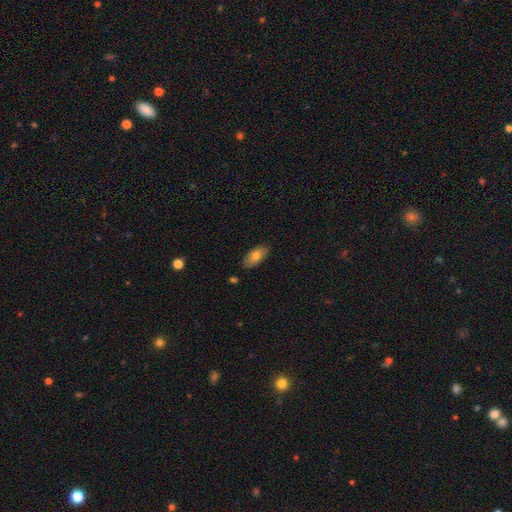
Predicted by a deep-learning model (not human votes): The model was most divided on "smooth or featured": smooth: 74%, featured or disk: 19%, star or artifact: 7%. More confident: how rounded — in between (91%); merging — none (83%).